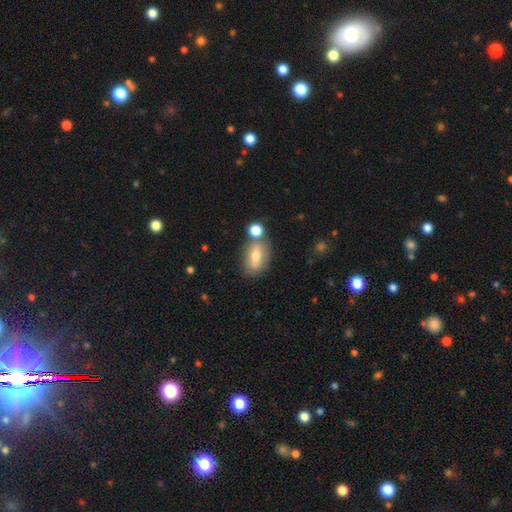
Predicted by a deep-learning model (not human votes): smooth_or_featured: smooth (p=0.60) [alt: featured or disk p=0.30]
how_rounded: in between (p=0.84) [alt: round p=0.12]
merging: none (p=0.61) [alt: merger p=0.19]